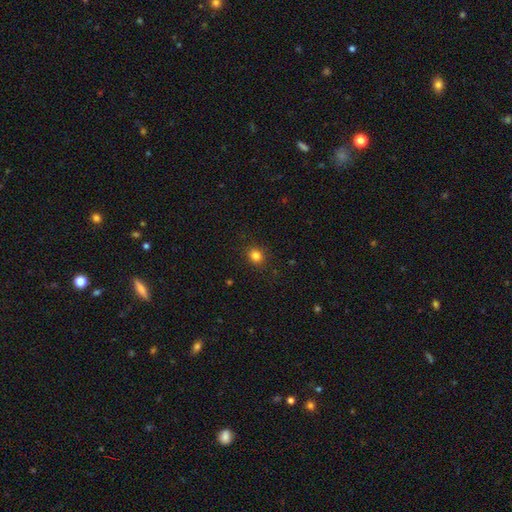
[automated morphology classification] Smooth or featured? smooth (83%)
How rounded? round (77%)
Merging? none (90%)